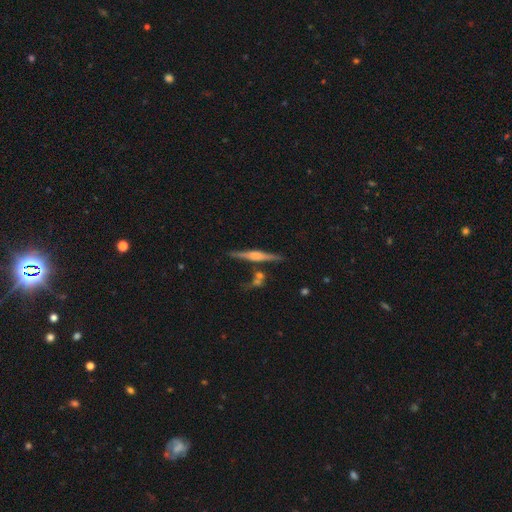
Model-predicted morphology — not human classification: A featured or disk galaxy (73%) viewed edge-on (97%) with a rounded central bulge (73%). Merging: none (78%).